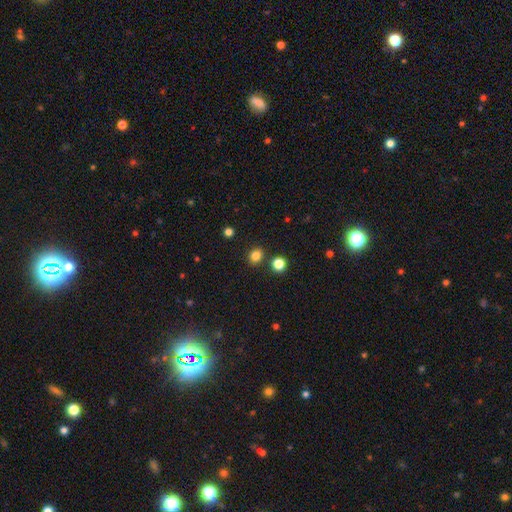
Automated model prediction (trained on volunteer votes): This is clearly a smooth galaxy (82%). How rounded: likely round (68%). Merging: clearly none (84%).